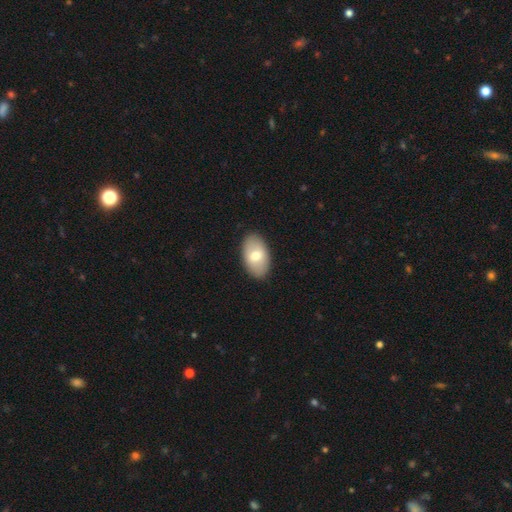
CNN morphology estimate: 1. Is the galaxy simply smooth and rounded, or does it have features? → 72% smooth, 22% featured or disk, 6% star or artifact.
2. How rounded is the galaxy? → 94% in between, 5% round, 1% cigar-shaped.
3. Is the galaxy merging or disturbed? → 88% none, 9% minor disturbance, 2% major disturbance, 1% merger.